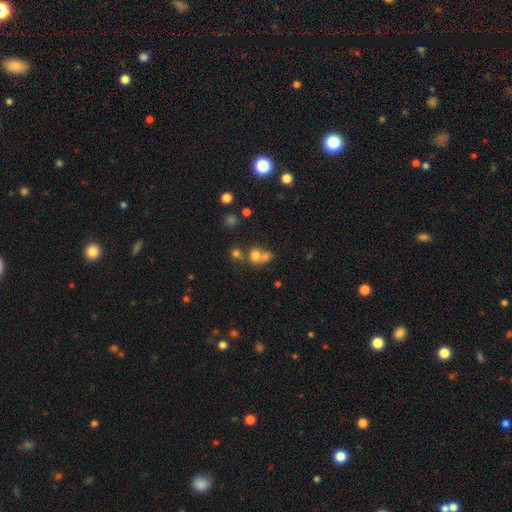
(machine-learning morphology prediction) A smooth galaxy with no disk features (67%) that is round (75%).

Vote fractions:
- Smooth or featured? smooth: 67% / star or artifact: 19% / featured or disk: 14%
- How rounded? round: 75% / in between: 23% / cigar-shaped: 1%
- Merging? merger: 54% / none: 36% / minor disturbance: 7% / major disturbance: 4%